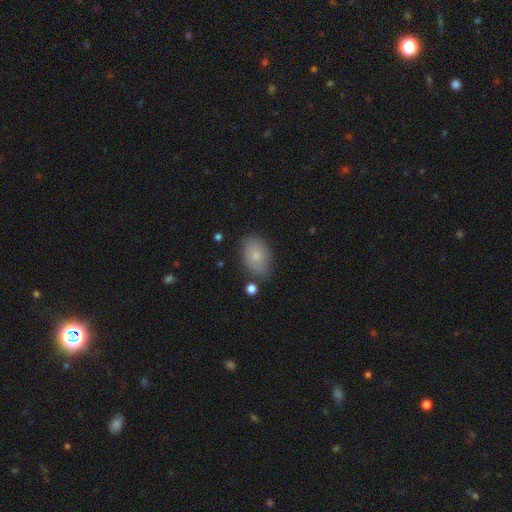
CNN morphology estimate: Smooth or featured?
  - smooth: 80% *
  - featured or disk: 12%
  - star or artifact: 8%
How rounded?
  - in between: 87% *
  - round: 11%
  - cigar-shaped: 1%
Merging?
  - none: 80% *
  - minor disturbance: 14%
  - major disturbance: 3%
  - merger: 3%